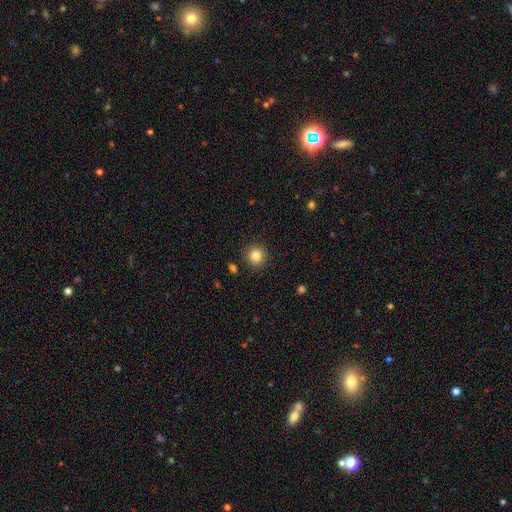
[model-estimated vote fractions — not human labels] Smooth or featured: smooth — 83% (star or artifact — 11%)
How rounded: round — 92% (in between — 7%)
Merging: none — 90% (minor disturbance — 6%)